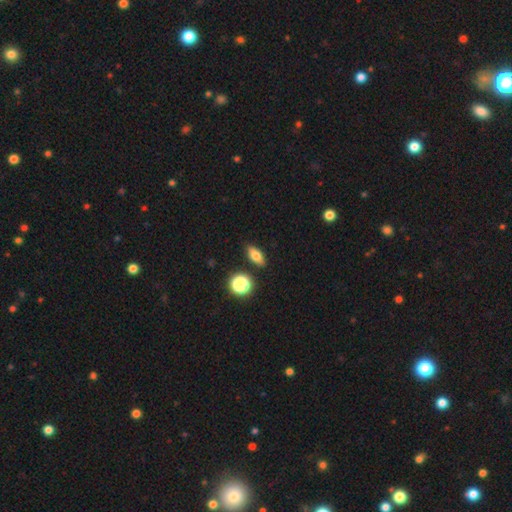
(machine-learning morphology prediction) smooth-or-featured: smooth: 70% | featured or disk: 19% | star or artifact: 11%
  how-rounded: in between: 71% | cigar-shaped: 17% | round: 12%
  merging: none: 87% | minor disturbance: 8% | merger: 3% | major disturbance: 2%